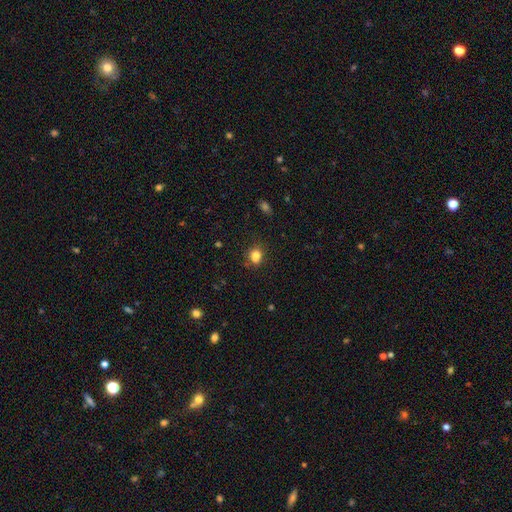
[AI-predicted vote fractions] Smooth or featured? smooth (81%)
How rounded? round (59%)
Merging? none (67%)